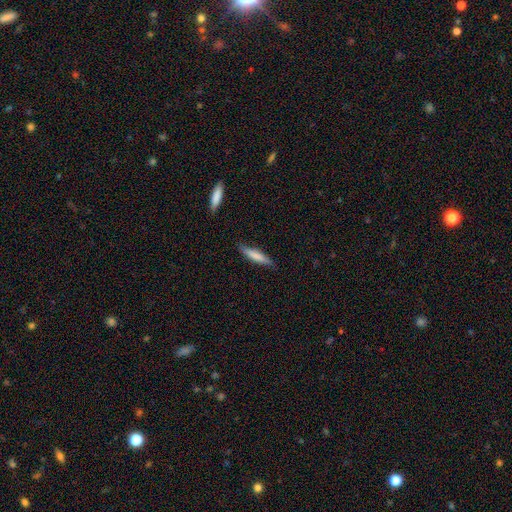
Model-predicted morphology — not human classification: This is likely a smooth galaxy (72%). How rounded: clearly cigar-shaped (85%). Merging: clearly none (83%).